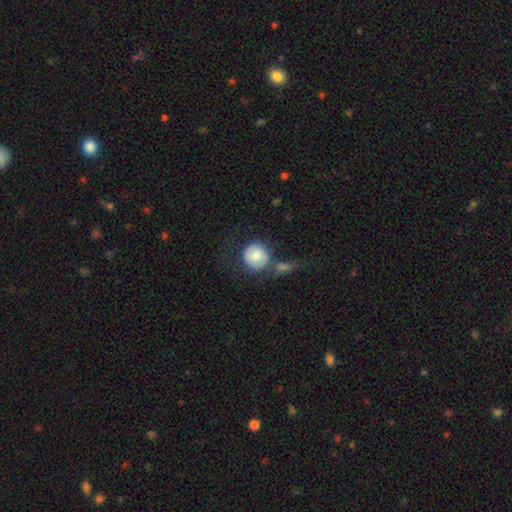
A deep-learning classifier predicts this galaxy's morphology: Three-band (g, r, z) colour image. It shows a smooth galaxy with no disk features (75%) that is round (91%). Merging: none (46%).